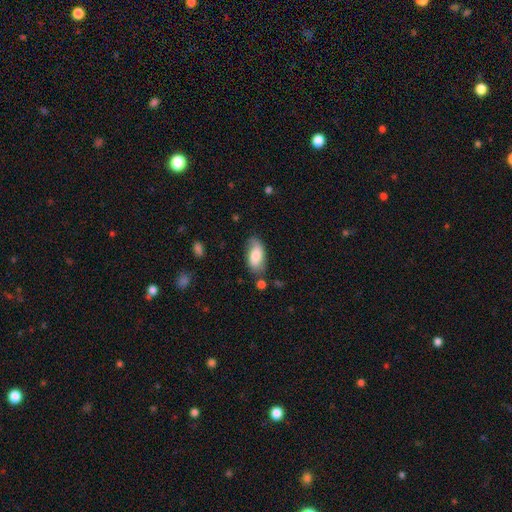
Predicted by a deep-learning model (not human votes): This is likely a smooth galaxy (77%). How rounded: clearly in between (92%). Merging: likely none (68%).